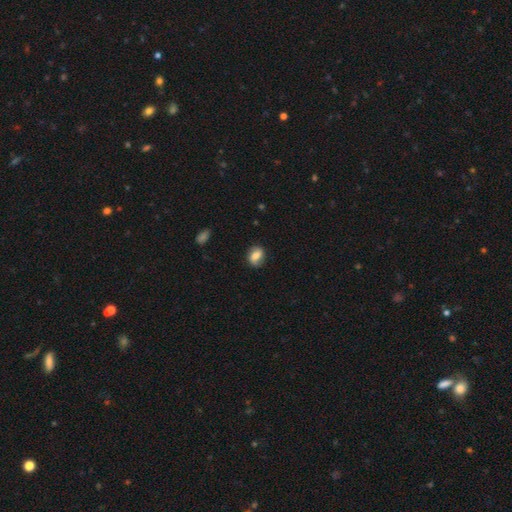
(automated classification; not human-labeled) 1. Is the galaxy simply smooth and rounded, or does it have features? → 57% smooth, 35% featured or disk, 9% star or artifact.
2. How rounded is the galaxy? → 60% in between, 38% round, 2% cigar-shaped.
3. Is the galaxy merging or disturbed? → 80% none, 15% minor disturbance, 4% major disturbance, 1% merger.